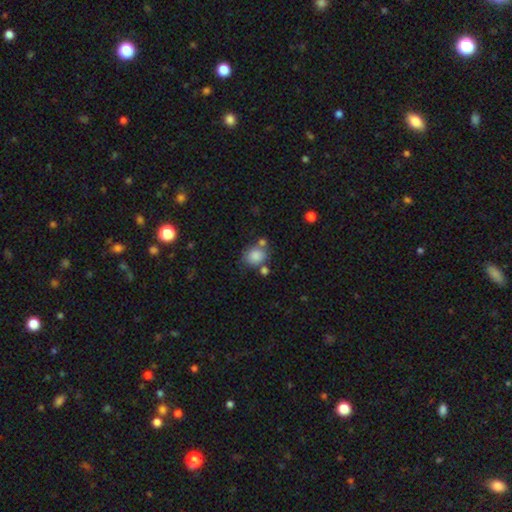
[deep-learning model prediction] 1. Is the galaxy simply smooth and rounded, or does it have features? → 84% smooth, 9% star or artifact, 7% featured or disk.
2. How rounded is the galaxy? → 63% round, 36% in between, 1% cigar-shaped.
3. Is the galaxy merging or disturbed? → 58% none, 19% merger, 16% minor disturbance, 6% major disturbance.